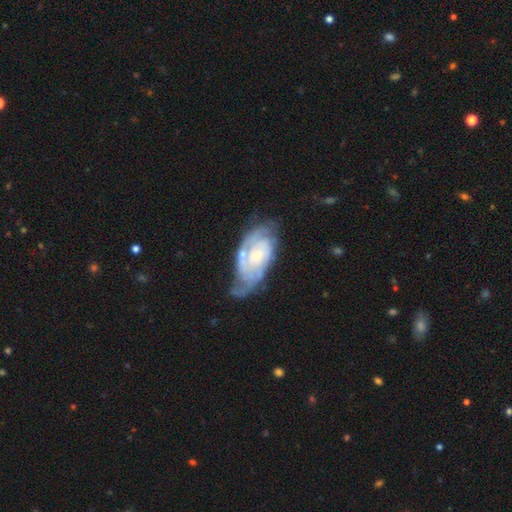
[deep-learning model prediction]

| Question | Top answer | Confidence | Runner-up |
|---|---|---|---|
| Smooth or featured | featured or disk | 81% | smooth (14%) |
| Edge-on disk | no | 95% | yes (5%) |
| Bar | no | 65% | weak (29%) |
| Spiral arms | yes | 91% | no (9%) |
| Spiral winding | tight | 60% | medium (30%) |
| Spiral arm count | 2 | 38% | can't tell (37%) |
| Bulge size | small | 56% | moderate (35%) |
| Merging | none | 51% | minor disturbance (29%) |